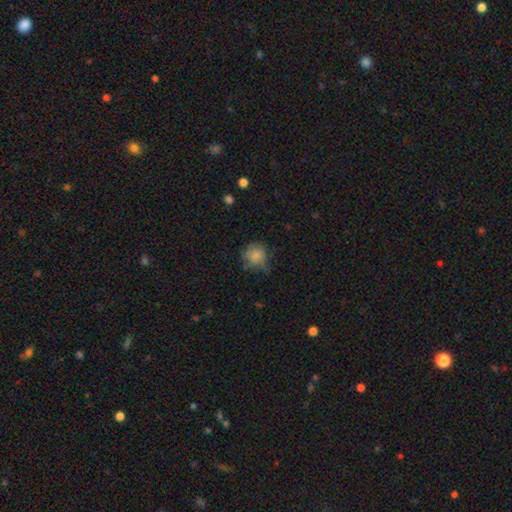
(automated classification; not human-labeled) This appears to be a smooth galaxy with no disk features (79%) that is round (80%). Merging: none (54%).